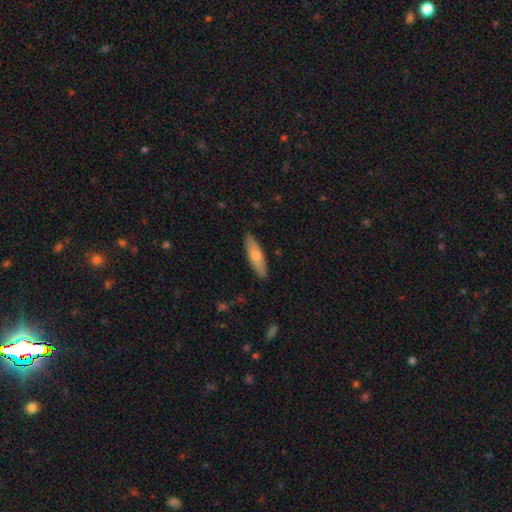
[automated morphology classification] smooth-or-featured: smooth: 72% | featured or disk: 23% | star or artifact: 5%
  how-rounded: cigar-shaped: 60% | in between: 38% | round: 2%
  merging: none: 88% | minor disturbance: 9% | major disturbance: 2% | merger: 1%